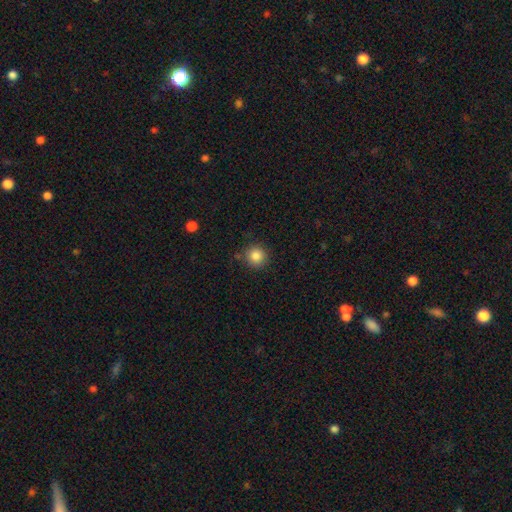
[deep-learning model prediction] Overall: smooth (85%). How rounded: round (93%). Merging: none (86%).